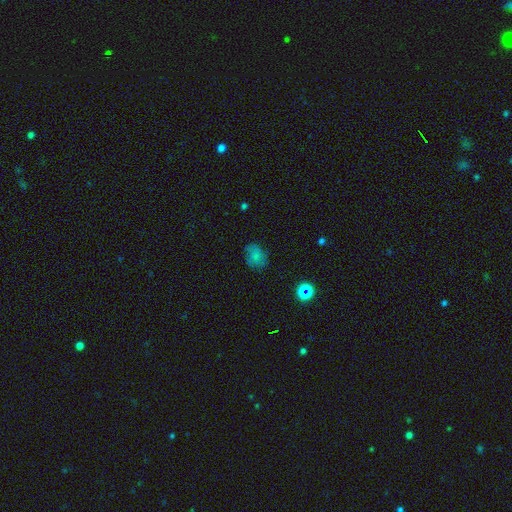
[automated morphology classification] Q: Smooth or featured?
A: smooth (70%); runner-up: star or artifact (15%)
Q: How rounded?
A: in between (53%); runner-up: round (46%)
Q: Merging?
A: none (68%); runner-up: minor disturbance (22%)